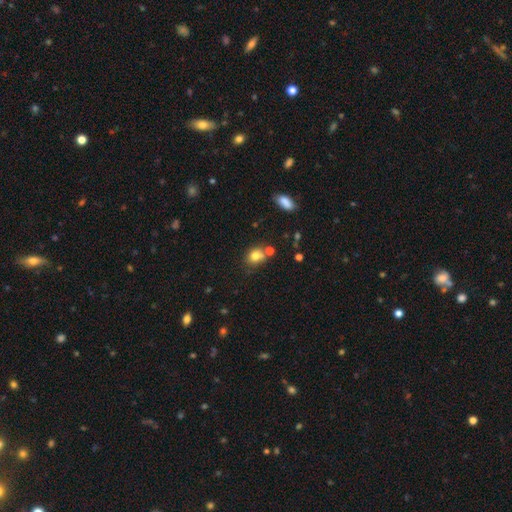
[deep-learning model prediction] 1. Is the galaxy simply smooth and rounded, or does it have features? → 77% smooth, 12% star or artifact, 11% featured or disk.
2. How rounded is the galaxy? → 61% round, 38% in between, 1% cigar-shaped.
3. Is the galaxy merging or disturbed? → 56% none, 25% merger, 15% minor disturbance, 4% major disturbance.